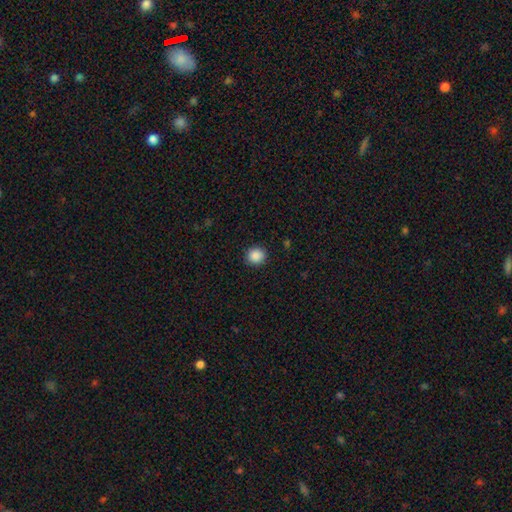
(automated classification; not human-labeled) Q: Smooth or featured?
A: smooth (88%); runner-up: star or artifact (9%)
Q: How rounded?
A: round (89%); runner-up: in between (10%)
Q: Merging?
A: none (91%); runner-up: minor disturbance (6%)